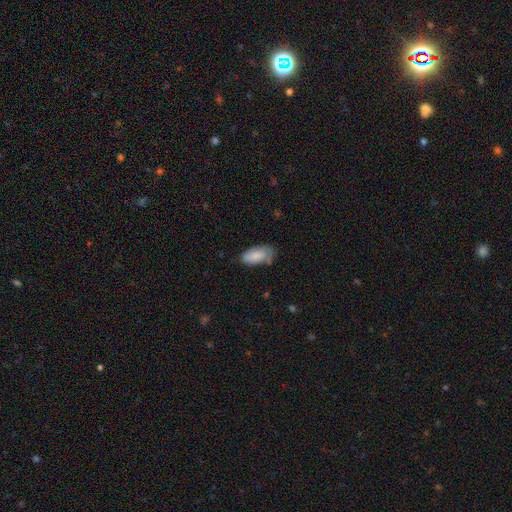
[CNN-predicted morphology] Smooth or featured?
  - smooth: 81% *
  - featured or disk: 13%
  - star or artifact: 6%
How rounded?
  - in between: 93% *
  - cigar-shaped: 5%
  - round: 2%
Merging?
  - none: 58% *
  - minor disturbance: 31%
  - major disturbance: 8%
  - merger: 4%